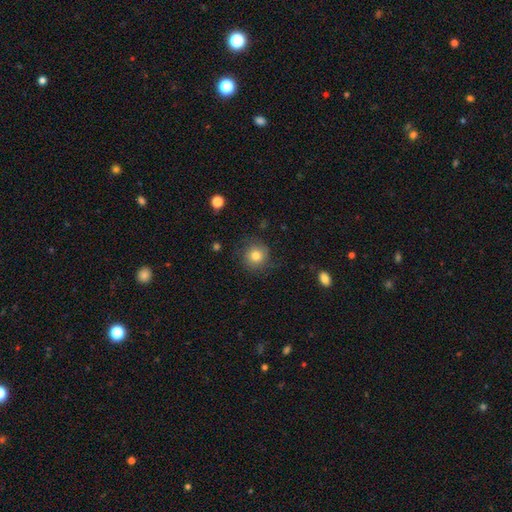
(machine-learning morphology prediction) A smooth galaxy with no disk features (74%) that is round (91%).

Vote fractions:
- Smooth or featured? smooth: 74% / featured or disk: 15% / star or artifact: 11%
- How rounded? round: 91% / in between: 8% / cigar-shaped: 1%
- Merging? none: 77% / minor disturbance: 15% / major disturbance: 7% / merger: 1%